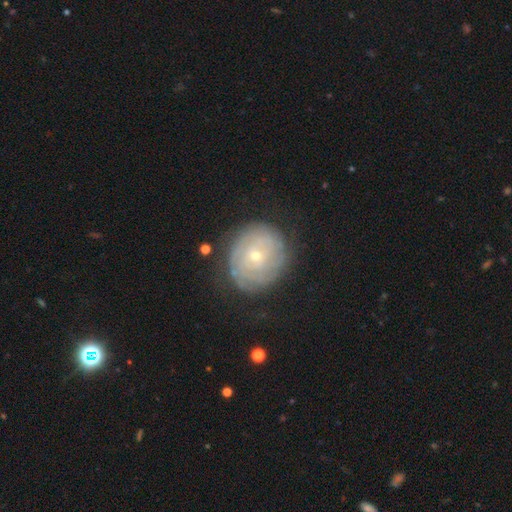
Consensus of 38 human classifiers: Q: Smooth or featured?
A: featured or disk (74%); runner-up: smooth (21%)
Q: Edge-on disk?
A: no (96%); runner-up: yes (4%)
Q: Bar?
A: no (81%); runner-up: weak (15%)
Q: Spiral arms?
A: yes (70%); runner-up: no (30%)
Q: Spiral winding?
A: tight (89%); runner-up: medium (11%)
Q: Spiral arm count?
A: can't tell (53%); runner-up: 3 (32%)
Q: Bulge size?
A: small (85%); runner-up: moderate (15%)
Q: Merging?
A: none (69%); runner-up: minor disturbance (14%)